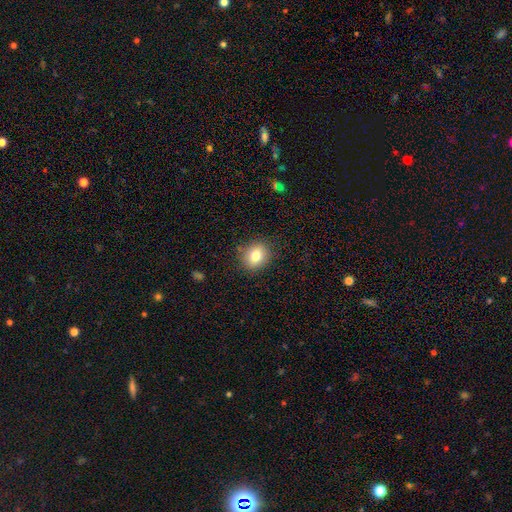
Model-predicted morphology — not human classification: This is clearly a smooth galaxy (80%). How rounded: likely round (62%). Merging: clearly none (85%).